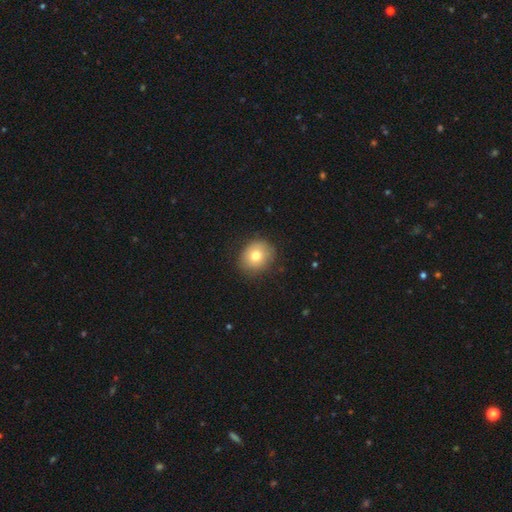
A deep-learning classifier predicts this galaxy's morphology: smooth 76%, featured or disk 14%, star or artifact 10%. Down the decision tree: how rounded — round (71%); merging — none (84%).